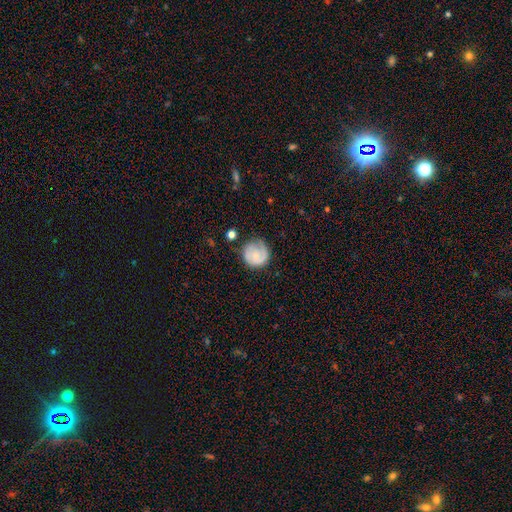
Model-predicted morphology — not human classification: The model was most divided on "smooth or featured": smooth: 53%, featured or disk: 40%, star or artifact: 7%. More confident: how rounded — round (88%); merging — none (64%).